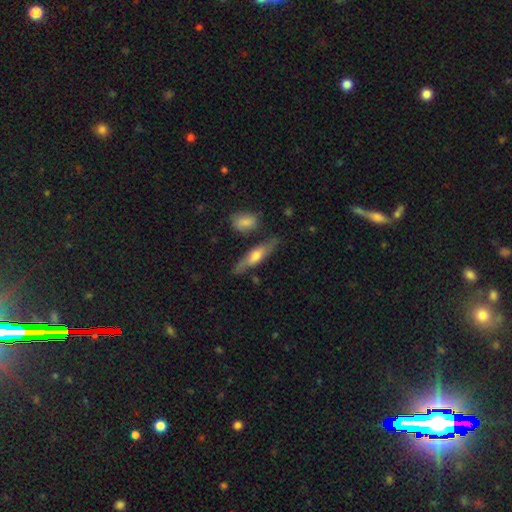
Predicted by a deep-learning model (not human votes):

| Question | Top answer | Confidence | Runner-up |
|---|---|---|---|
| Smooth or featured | featured or disk | 48% | smooth (47%) |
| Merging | none | 76% | minor disturbance (15%) |